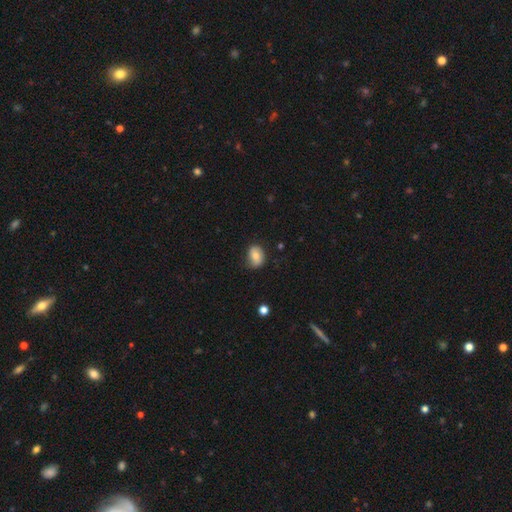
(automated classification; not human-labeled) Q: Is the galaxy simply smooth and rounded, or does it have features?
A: smooth — 73%.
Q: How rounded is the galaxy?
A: in between — 70%.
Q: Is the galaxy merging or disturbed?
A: none — 72%.